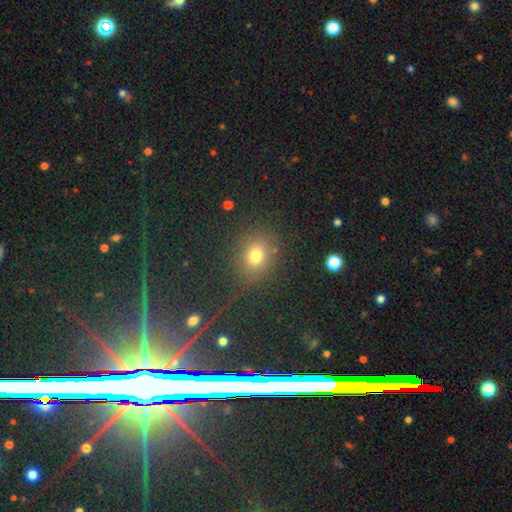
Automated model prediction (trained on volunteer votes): Morphology: type=smooth (71%); roundness=round (74%); merging=none (82%).